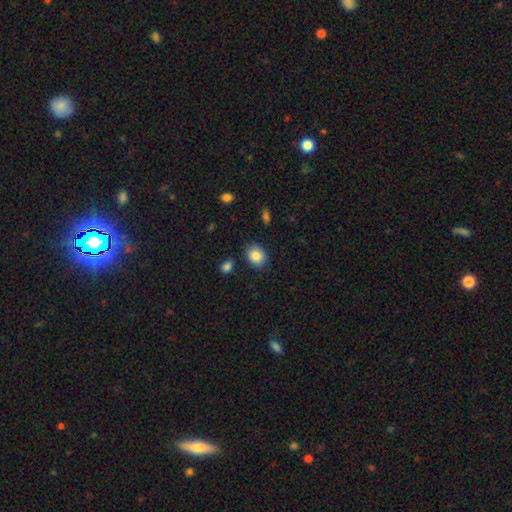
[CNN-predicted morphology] smooth-or-featured: smooth: 86% | star or artifact: 8% | featured or disk: 6%
  how-rounded: round: 51% | in between: 48% | cigar-shaped: 1%
  merging: none: 85% | minor disturbance: 10% | merger: 3% | major disturbance: 2%